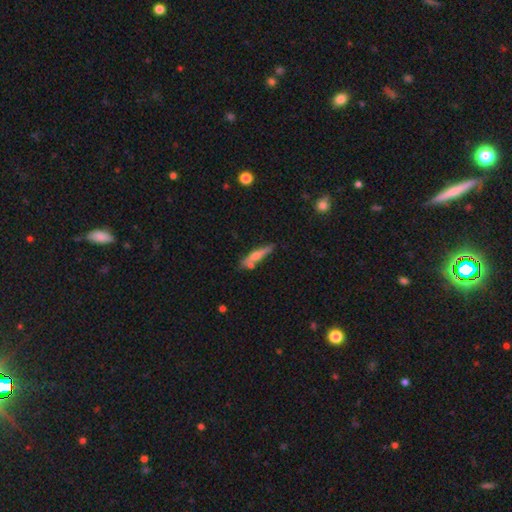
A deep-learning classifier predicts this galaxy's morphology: smooth-or-featured: featured or disk: 51% | smooth: 43% | star or artifact: 6%
  disk-edge-on: yes: 92% | no: 8%
  merging: none: 71% | minor disturbance: 15% | merger: 11% | major disturbance: 4%